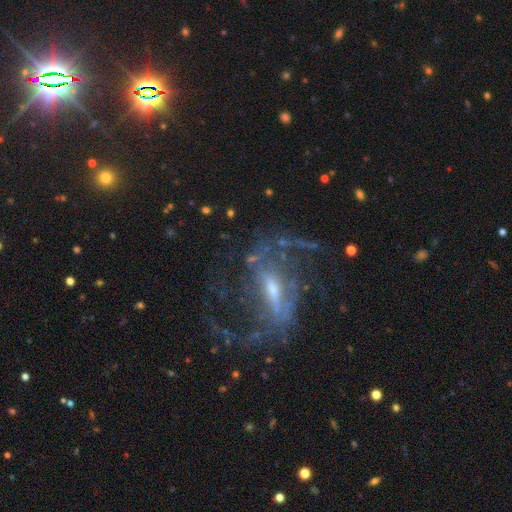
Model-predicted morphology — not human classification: type=featured or disk (82%); edge-on=no (93%); bar=strong (47%); spiral arms=yes (93%); winding=medium (44%); arm count=2 (68%); bulge=small (49%); merging=none (62%).